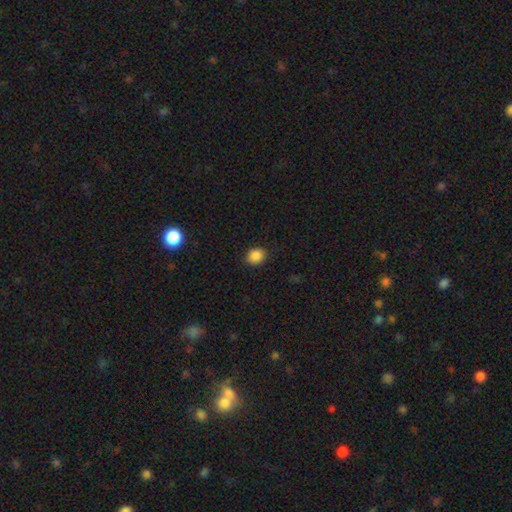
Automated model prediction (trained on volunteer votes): smooth 87%, star or artifact 10%, featured or disk 3%. Down the decision tree: how rounded — round (58%); merging — none (89%).